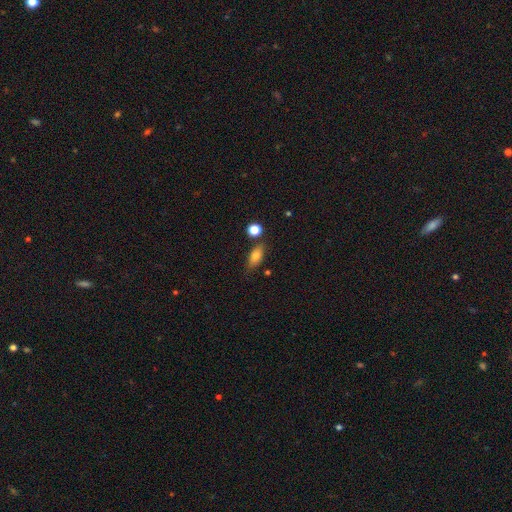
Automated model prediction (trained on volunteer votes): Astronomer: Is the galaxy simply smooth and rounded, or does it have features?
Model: smooth — 76%.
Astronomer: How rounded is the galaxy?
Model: in between — 78%.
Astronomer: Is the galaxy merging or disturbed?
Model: none — 75%.